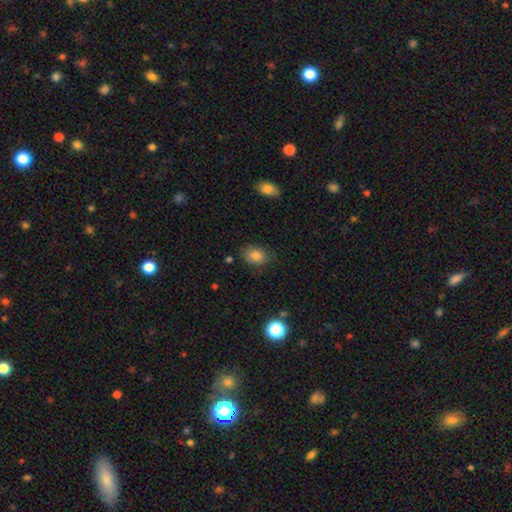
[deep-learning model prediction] Smooth or featured? Predicted: smooth (p=0.83). How rounded? Predicted: in between (p=0.74). Merging? Predicted: none (p=0.78).